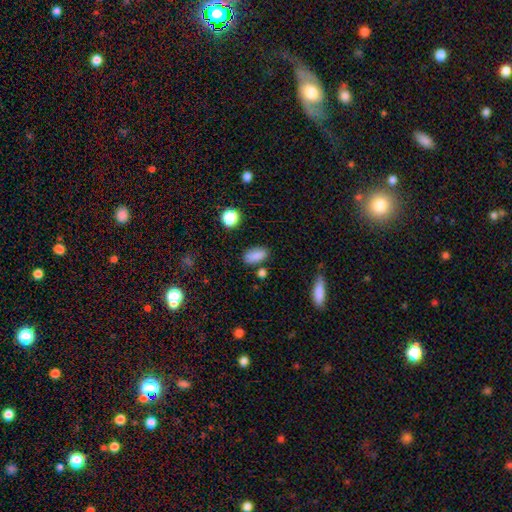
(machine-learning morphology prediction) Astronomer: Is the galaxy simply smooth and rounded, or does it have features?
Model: smooth — 85%.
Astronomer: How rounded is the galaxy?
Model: in between — 88%.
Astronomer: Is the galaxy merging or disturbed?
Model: none — 77%.